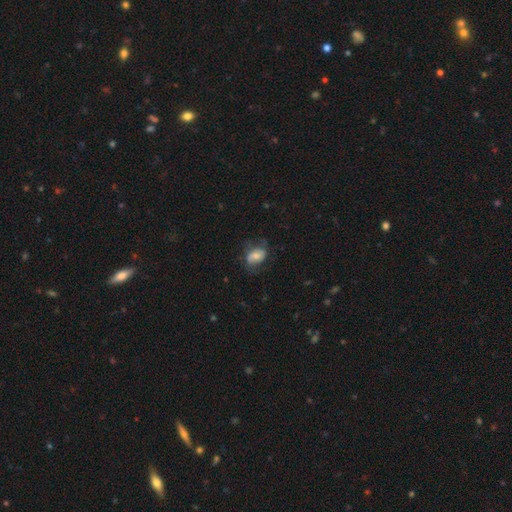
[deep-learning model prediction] The model was most divided on "smooth or featured": smooth: 58%, featured or disk: 33%, star or artifact: 9%. More confident: how rounded — in between (77%); merging — none (57%).